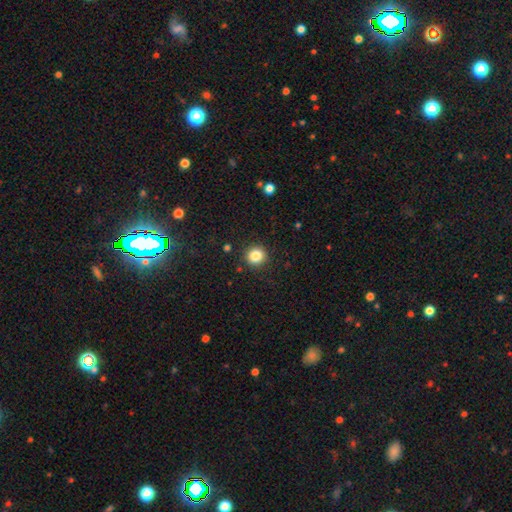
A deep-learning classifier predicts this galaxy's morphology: Q: Smooth or featured?
A: smooth (84%); runner-up: star or artifact (11%)
Q: How rounded?
A: round (92%); runner-up: in between (7%)
Q: Merging?
A: none (91%); runner-up: minor disturbance (6%)